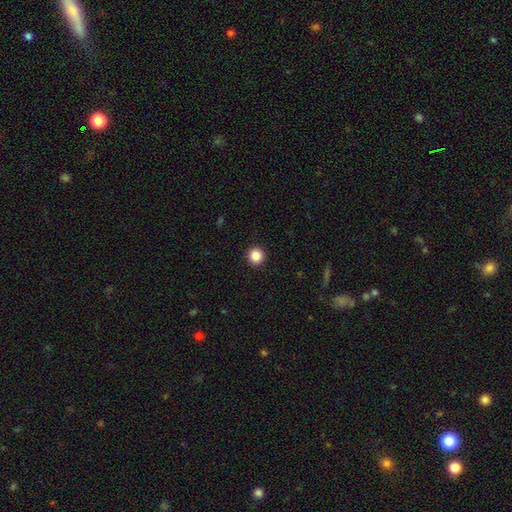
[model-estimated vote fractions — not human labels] Overall: smooth (86%). How rounded: round (95%). Merging: none (93%).